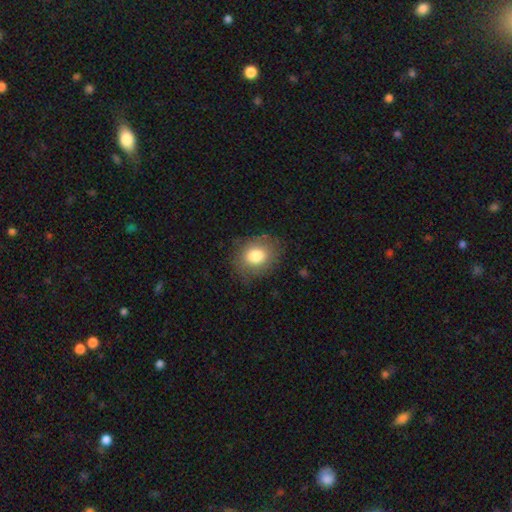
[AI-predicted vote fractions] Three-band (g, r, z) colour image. It shows a smooth galaxy with no disk features (80%) that is round (60%). Merging: none (79%).